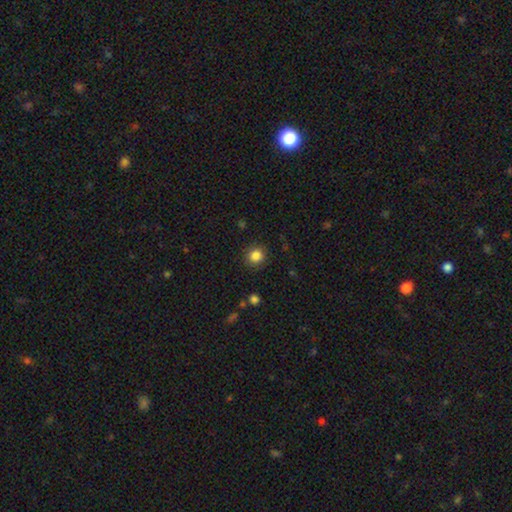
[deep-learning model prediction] A smooth galaxy with no disk features (85%) that is round (88%). Merging: none (89%).